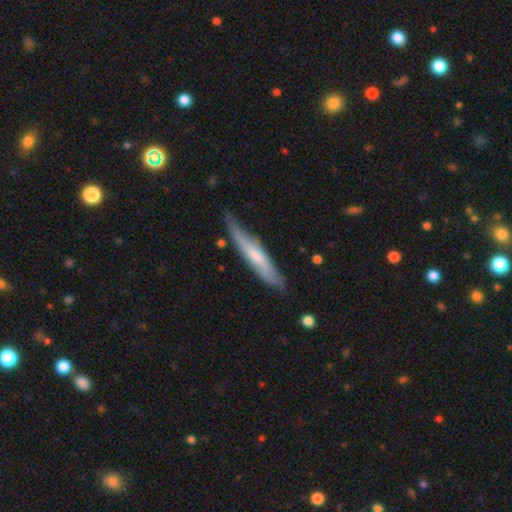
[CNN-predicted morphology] smooth-or-featured: smooth: 55% | featured or disk: 40% | star or artifact: 5%
  how-rounded: cigar-shaped: 90% | in between: 9% | round: 1%
  merging: none: 65% | minor disturbance: 27% | major disturbance: 5% | merger: 3%